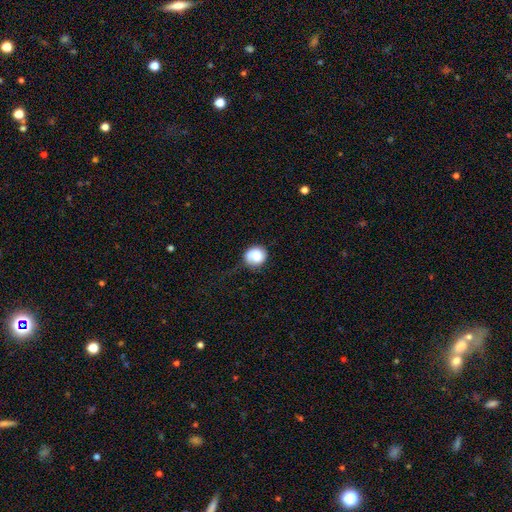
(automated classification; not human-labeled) Overall: smooth (73%). How rounded: round (82%). Merging: none (60%; minor disturbance 27%).